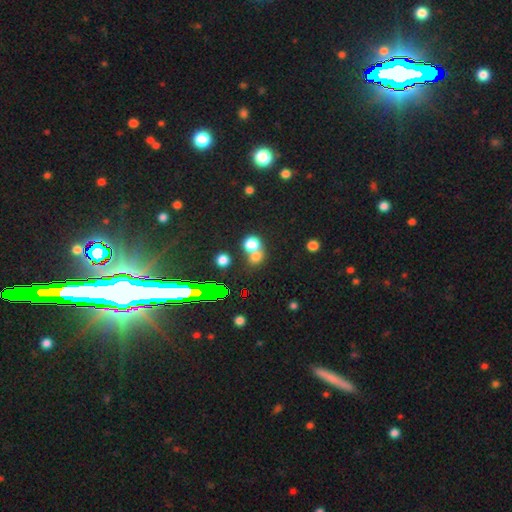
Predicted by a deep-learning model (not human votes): This appears to be a smooth galaxy with no disk features (69%) that is round (74%). Merging: merger (54%).